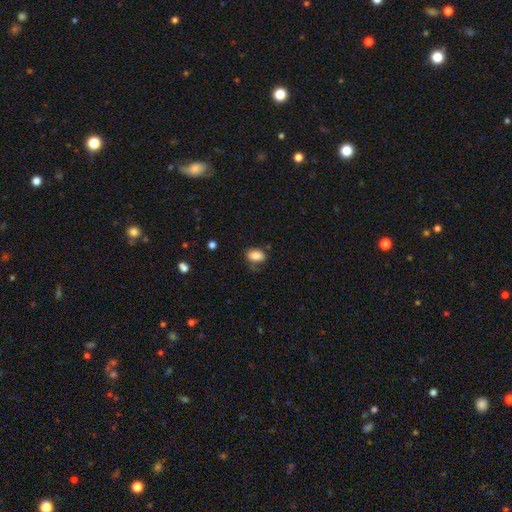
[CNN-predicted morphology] The model was most divided on "merging": none: 70%, minor disturbance: 21%, major disturbance: 6%, merger: 2%. More confident: smooth or featured — smooth (86%); how rounded — in between (84%).